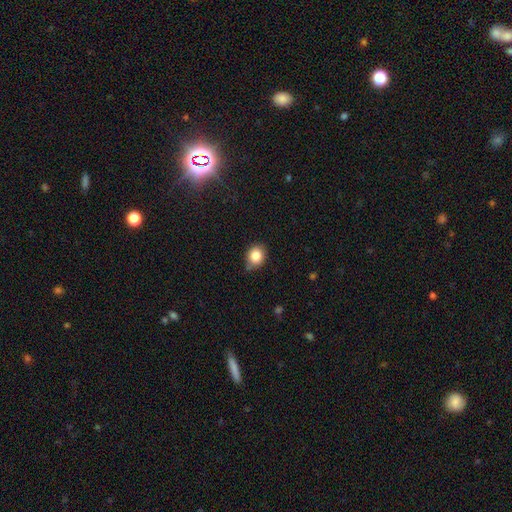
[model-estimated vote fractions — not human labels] Smooth or featured? Predicted: smooth (p=0.84). How rounded? Predicted: round (p=0.62). Merging? Predicted: none (p=0.73).